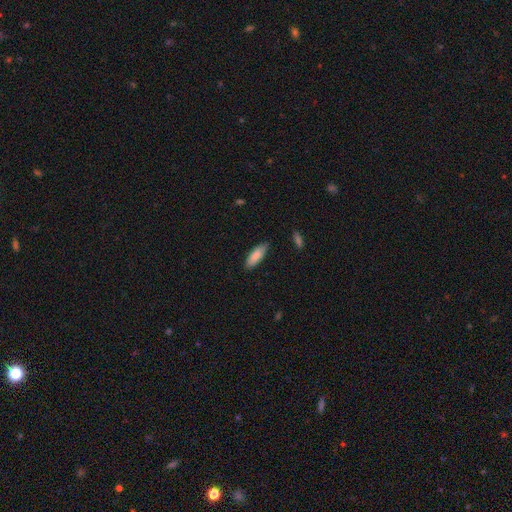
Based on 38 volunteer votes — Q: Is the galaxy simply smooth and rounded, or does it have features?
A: smooth — 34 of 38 (89%).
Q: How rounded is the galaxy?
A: in between — 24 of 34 (71%).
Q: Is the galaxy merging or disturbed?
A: none — 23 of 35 (66%).